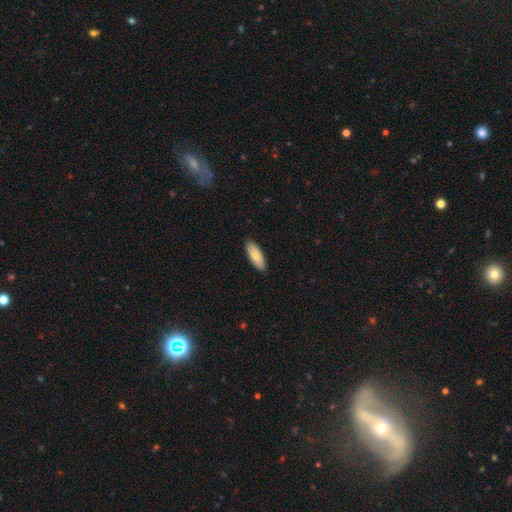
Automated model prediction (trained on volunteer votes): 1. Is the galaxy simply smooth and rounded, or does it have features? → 82% smooth, 13% featured or disk, 6% star or artifact.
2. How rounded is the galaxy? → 70% in between, 29% cigar-shaped, 2% round.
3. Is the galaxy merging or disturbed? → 89% none, 8% minor disturbance, 2% major disturbance, 1% merger.